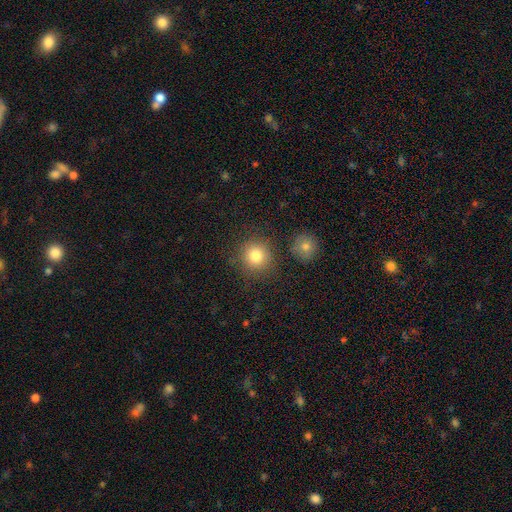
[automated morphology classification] smooth-or-featured: smooth: 81% | star or artifact: 12% | featured or disk: 7%
  how-rounded: round: 92% | in between: 7% | cigar-shaped: 1%
  merging: none: 83% | minor disturbance: 9% | merger: 5% | major disturbance: 4%